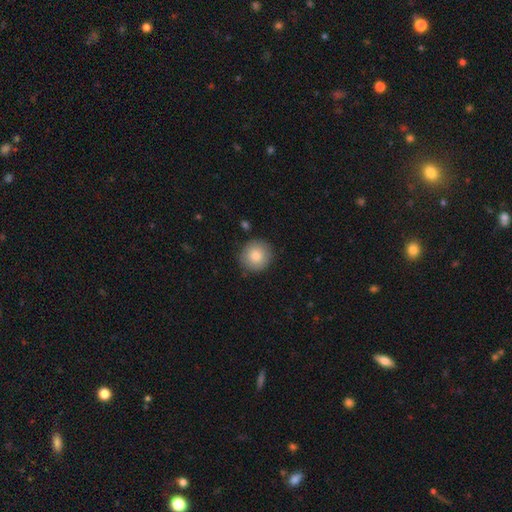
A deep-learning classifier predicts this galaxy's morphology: smooth 83%, featured or disk 9%, star or artifact 8%. Down the decision tree: how rounded — round (93%); merging — none (88%).